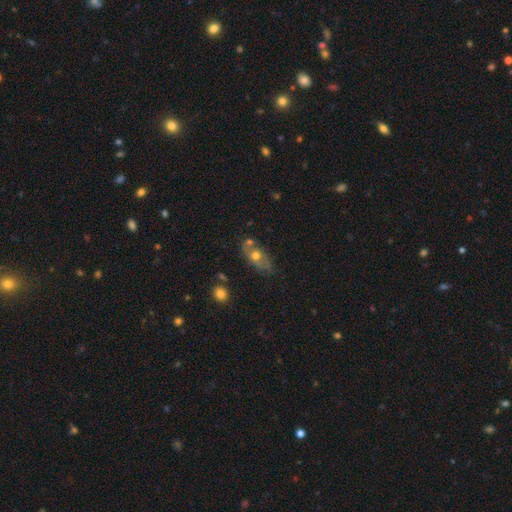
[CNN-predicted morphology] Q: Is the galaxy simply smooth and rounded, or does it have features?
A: smooth — 50%.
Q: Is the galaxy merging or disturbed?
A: none — 49%.